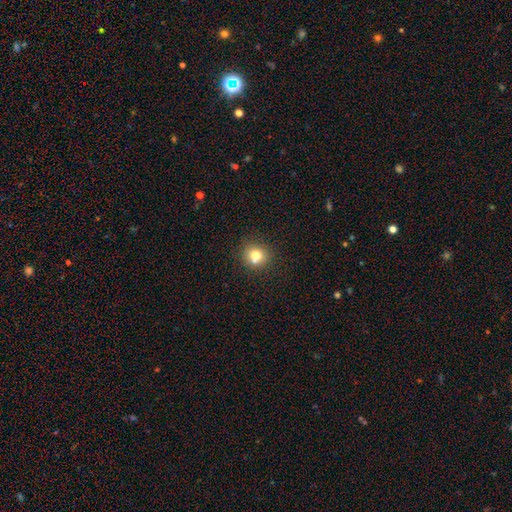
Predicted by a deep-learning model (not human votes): A smooth galaxy with no disk features (76%) that is round (85%).

Vote fractions:
- Smooth or featured? smooth: 76% / star or artifact: 13% / featured or disk: 12%
- How rounded? round: 85% / in between: 14% / cigar-shaped: 1%
- Merging? none: 66% / merger: 20% / minor disturbance: 11% / major disturbance: 3%